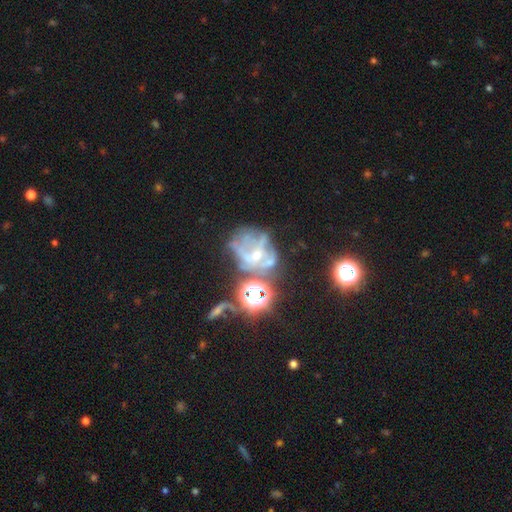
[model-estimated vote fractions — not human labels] Smooth or featured?
  - featured or disk: 54% *
  - star or artifact: 29%
  - smooth: 16%
Edge-on disk?
  - no: 97% *
  - yes: 3%
Bar?
  - no: 79% *
  - weak: 15%
  - strong: 6%
Spiral arms?
  - no: 67% *
  - yes: 33%
Bulge size?
  - small: 48% *
  - moderate: 34%
  - none: 13%
  - large: 3%
  - dominant: 2%
Merging?
  - major disturbance: 33% *
  - merger: 27%
  - none: 27%
  - minor disturbance: 14%